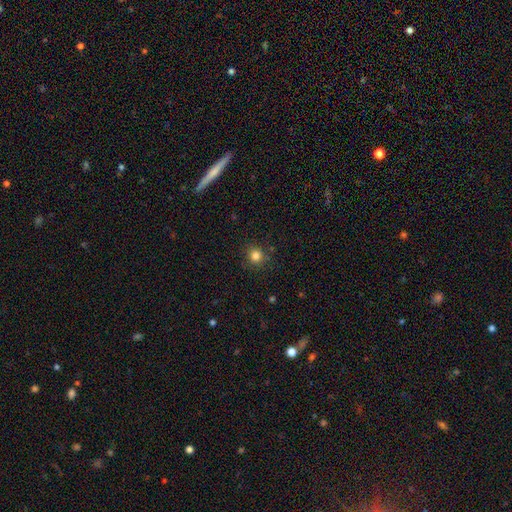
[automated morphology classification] Overall: smooth (82%). How rounded: round (92%). Merging: none (89%).